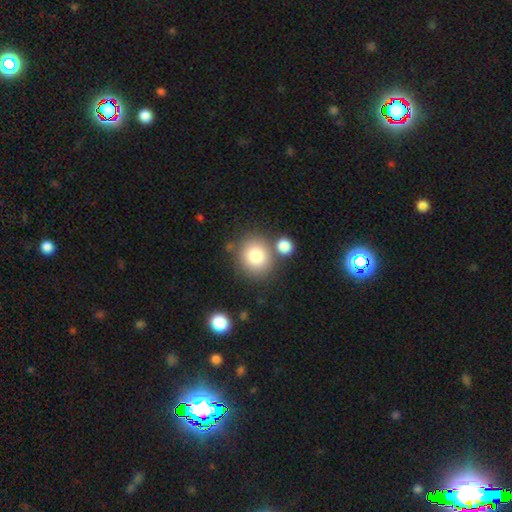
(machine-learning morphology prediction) This appears to be a smooth galaxy with no disk features (80%) that is round (81%). Merging: none (70%).